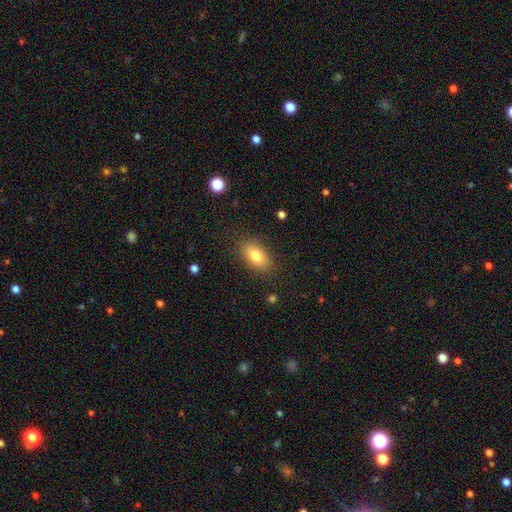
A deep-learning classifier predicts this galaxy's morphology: A smooth galaxy with no disk features (80%) that is in between round and cigar-shaped (89%).

Vote fractions:
- Smooth or featured? smooth: 80% / featured or disk: 11% / star or artifact: 8%
- How rounded? in between: 89% / round: 8% / cigar-shaped: 3%
- Merging? none: 85% / minor disturbance: 11% / major disturbance: 3% / merger: 1%